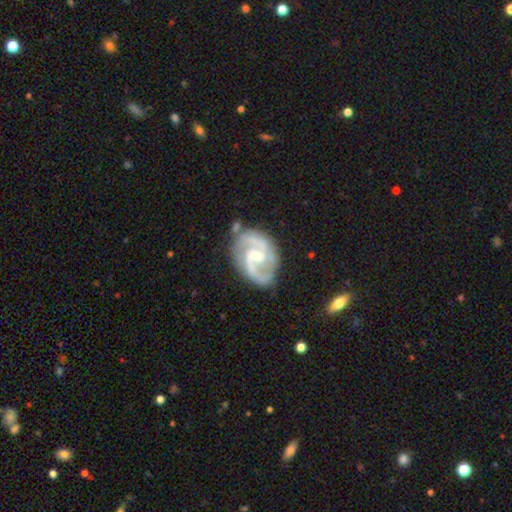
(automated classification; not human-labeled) smooth_or_featured: featured or disk (p=0.91) [alt: smooth p=0.04]
disk_edge_on: no (p=0.98) [alt: yes p=0.02]
bar: weak (p=0.51) [alt: no p=0.33]
has_spiral_arms: yes (p=0.98) [alt: no p=0.02]
spiral_winding: medium (p=0.57) [alt: tight p=0.30]
spiral_arm_count: 2 (p=0.87) [alt: 3 p=0.05]
bulge_size: small (p=0.50) [alt: moderate p=0.45]
merging: none (p=0.72) [alt: minor disturbance p=0.19]